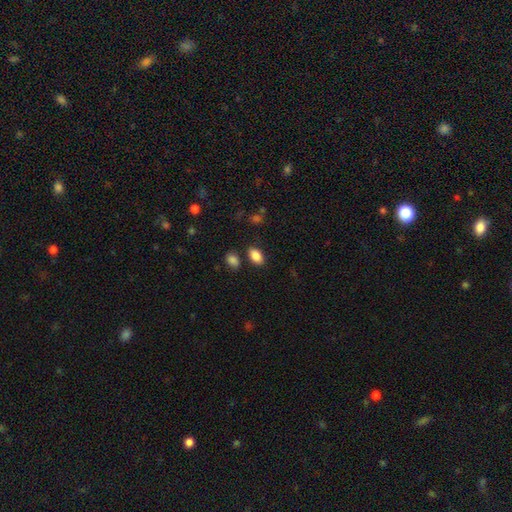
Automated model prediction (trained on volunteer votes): smooth_or_featured: smooth (p=0.87) [alt: star or artifact p=0.08]
how_rounded: in between (p=0.90) [alt: round p=0.08]
merging: none (p=0.81) [alt: minor disturbance p=0.10]